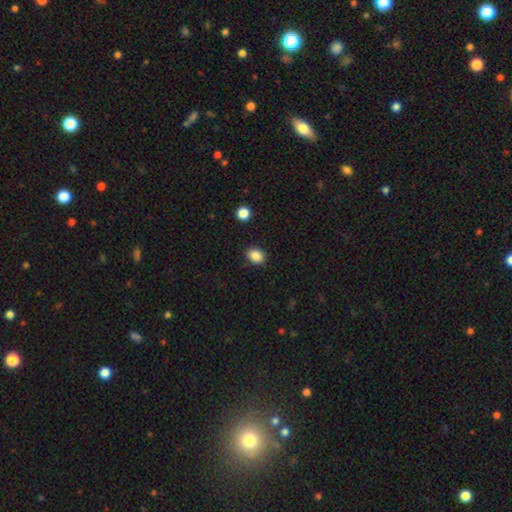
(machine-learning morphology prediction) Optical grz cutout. It shows a smooth galaxy with no disk features (87%) that is in between round and cigar-shaped (56%). Merging: none (88%).